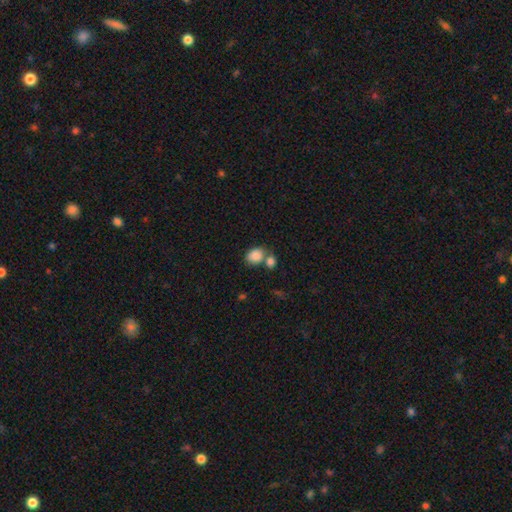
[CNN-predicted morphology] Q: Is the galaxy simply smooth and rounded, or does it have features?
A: smooth — 86%.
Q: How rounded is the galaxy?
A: in between — 57%.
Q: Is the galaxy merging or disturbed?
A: none — 49%.